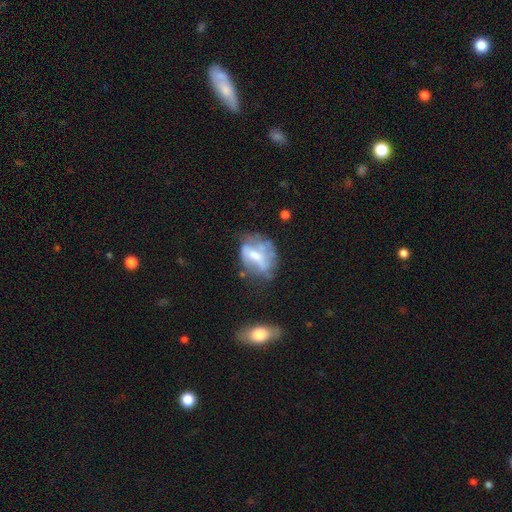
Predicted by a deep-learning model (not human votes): smooth_or_featured: featured or disk (p=0.57) [alt: smooth p=0.33]
disk_edge_on: no (p=0.95) [alt: yes p=0.05]
bar: no (p=0.41) [alt: weak p=0.37]
has_spiral_arms: no (p=0.60) [alt: yes p=0.40]
bulge_size: moderate (p=0.41) [alt: small p=0.28]
merging: none (p=0.40) [alt: minor disturbance p=0.27]